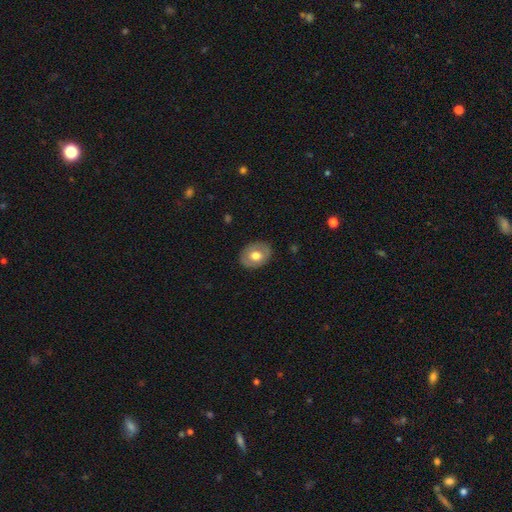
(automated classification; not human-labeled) Q: Smooth or featured?
A: smooth (63%); runner-up: featured or disk (31%)
Q: How rounded?
A: in between (65%); runner-up: round (34%)
Q: Merging?
A: none (85%); runner-up: minor disturbance (11%)